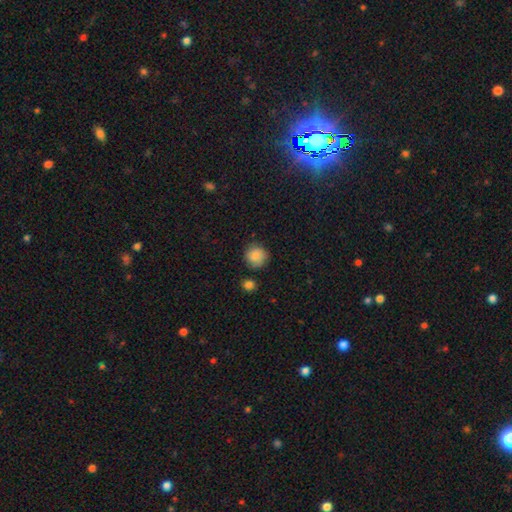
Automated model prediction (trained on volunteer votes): This is clearly a smooth galaxy (85%). How rounded: clearly round (92%). Merging: likely none (80%).